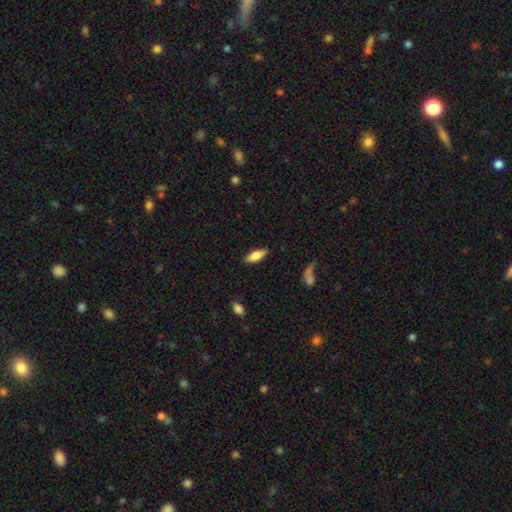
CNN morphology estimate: This appears to be a smooth galaxy with no disk features (73%) that is in between round and cigar-shaped (68%). Merging: none (87%).